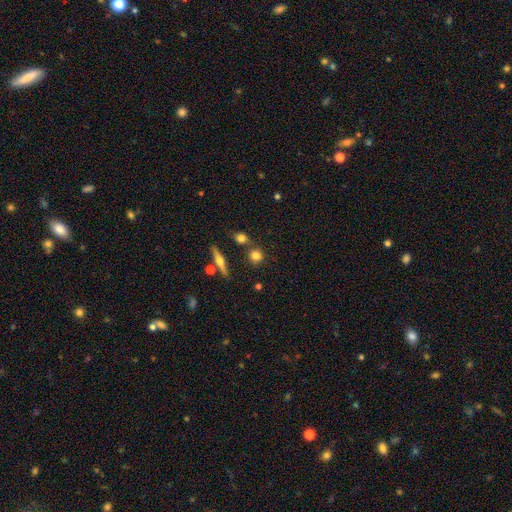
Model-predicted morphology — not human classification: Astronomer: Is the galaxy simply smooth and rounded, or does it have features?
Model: smooth — 75%.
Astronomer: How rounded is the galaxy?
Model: round — 86%.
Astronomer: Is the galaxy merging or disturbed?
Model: none — 73%.